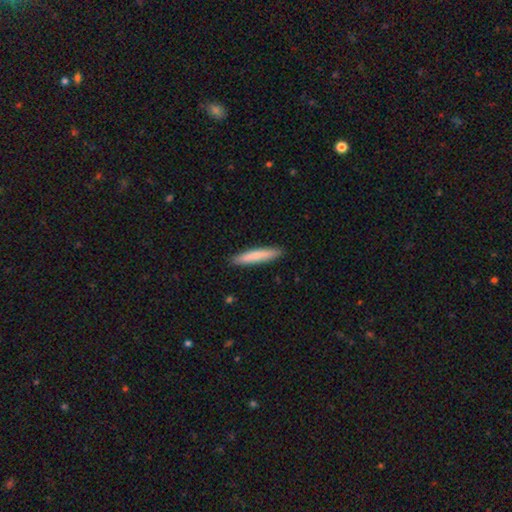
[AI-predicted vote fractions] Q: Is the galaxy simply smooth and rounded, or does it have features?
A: smooth — 77%.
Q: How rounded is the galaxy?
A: cigar-shaped — 91%.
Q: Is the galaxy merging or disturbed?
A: none — 91%.